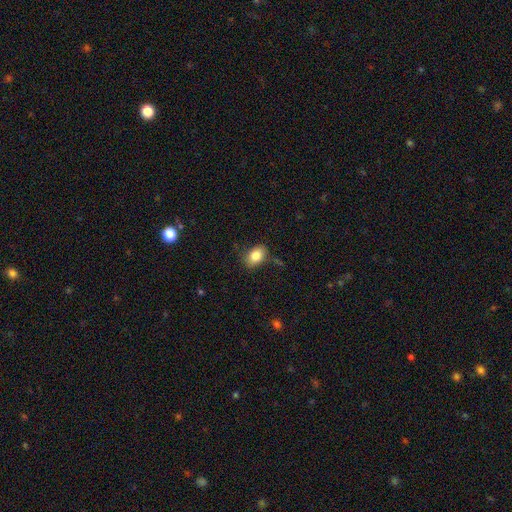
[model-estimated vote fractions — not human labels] smooth-or-featured: smooth: 83% | star or artifact: 8% | featured or disk: 8%
  how-rounded: in between: 82% | round: 17% | cigar-shaped: 1%
  merging: none: 80% | minor disturbance: 14% | major disturbance: 4% | merger: 2%